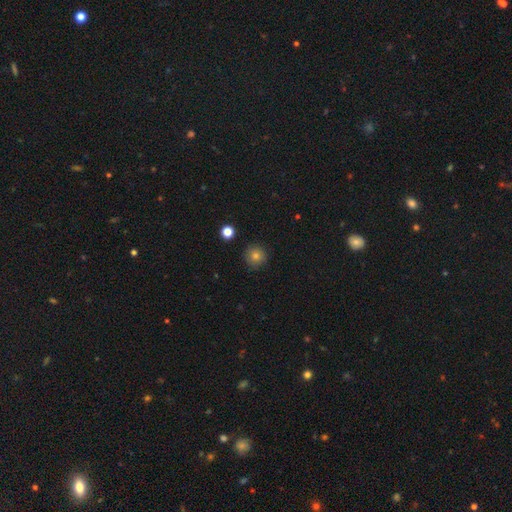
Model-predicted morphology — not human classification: Smooth or featured? smooth (79%)
How rounded? round (95%)
Merging? none (90%)